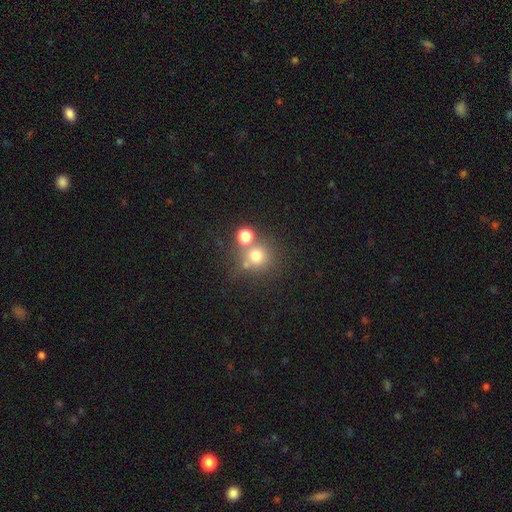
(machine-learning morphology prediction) type=smooth (71%); roundness=round (90%); merging=none (61%).